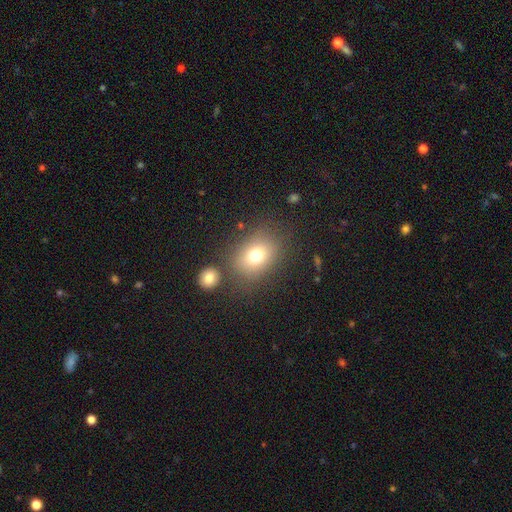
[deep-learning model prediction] smooth 74%, star or artifact 14%, featured or disk 13%. Down the decision tree: how rounded — in between (56%); merging — none (74%).